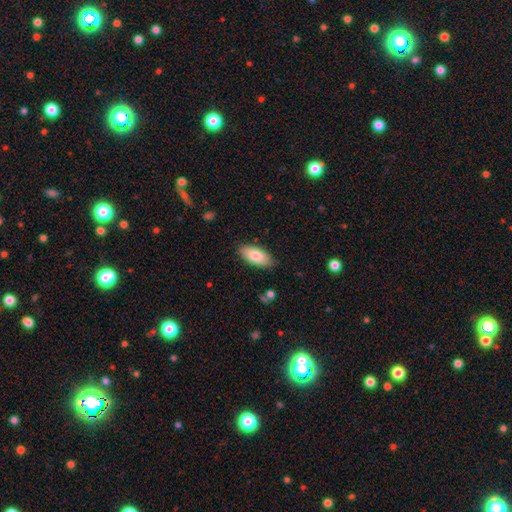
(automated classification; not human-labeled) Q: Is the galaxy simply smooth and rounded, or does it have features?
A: smooth — 83%.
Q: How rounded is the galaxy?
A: in between — 90%.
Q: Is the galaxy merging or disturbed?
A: none — 84%.